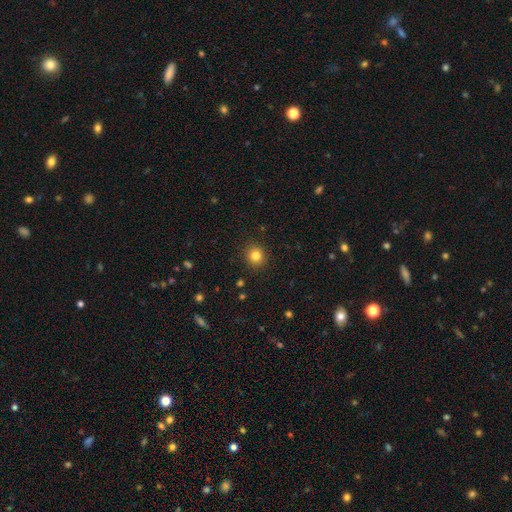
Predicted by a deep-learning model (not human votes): Smooth or featured? Predicted: smooth (p=0.81). How rounded? Predicted: round (p=0.87). Merging? Predicted: none (p=0.91).